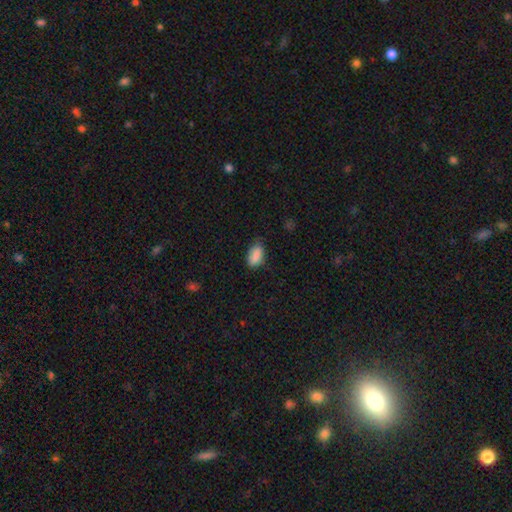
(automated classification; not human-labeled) Smooth or featured? smooth (88%)
How rounded? in between (91%)
Merging? none (70%)